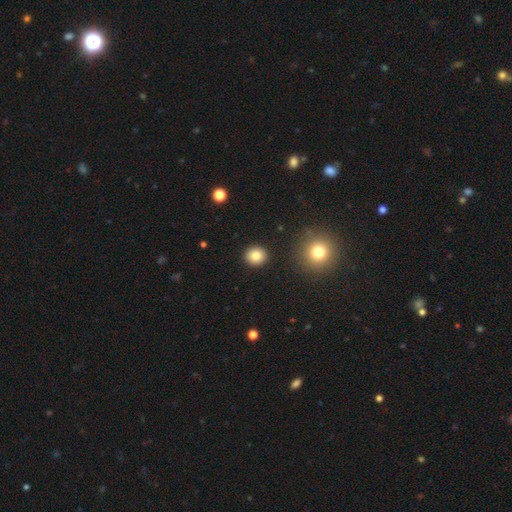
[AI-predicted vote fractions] Smooth or featured? Predicted: smooth (p=0.84). How rounded? Predicted: round (p=0.88). Merging? Predicted: none (p=0.92).